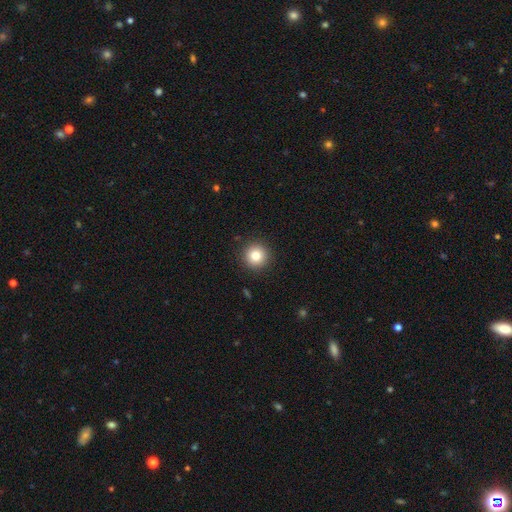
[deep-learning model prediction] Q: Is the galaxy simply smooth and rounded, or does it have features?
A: smooth — 81%.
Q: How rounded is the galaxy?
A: round — 95%.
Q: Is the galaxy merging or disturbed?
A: none — 92%.